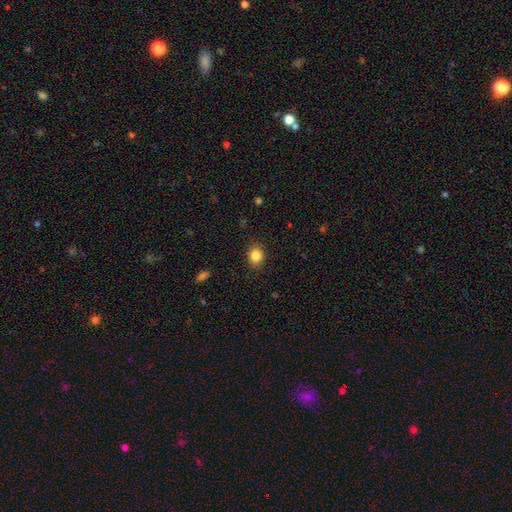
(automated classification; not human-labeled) A smooth galaxy with no disk features (84%) that is round (57%). Merging: none (88%).